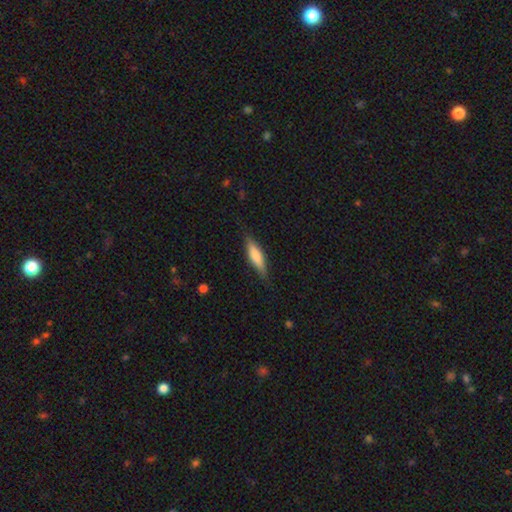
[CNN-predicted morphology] The model was most divided on "how rounded": cigar-shaped: 64%, in between: 34%, round: 2%. More confident: merging — none (82%); smooth or featured — smooth (65%).